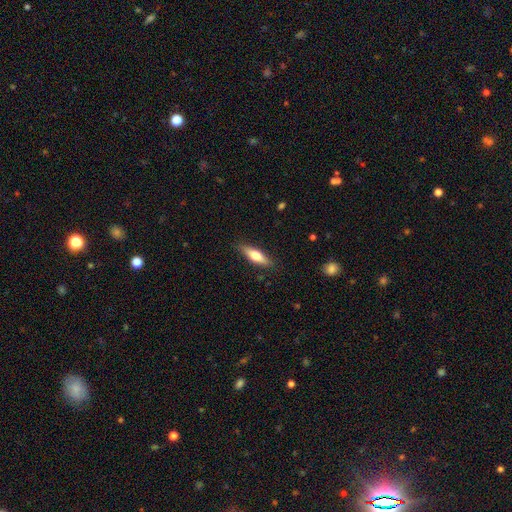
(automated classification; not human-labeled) Smooth or featured: smooth — 61% (featured or disk — 34%)
How rounded: cigar-shaped — 56% (in between — 42%)
Merging: none — 86% (minor disturbance — 11%)